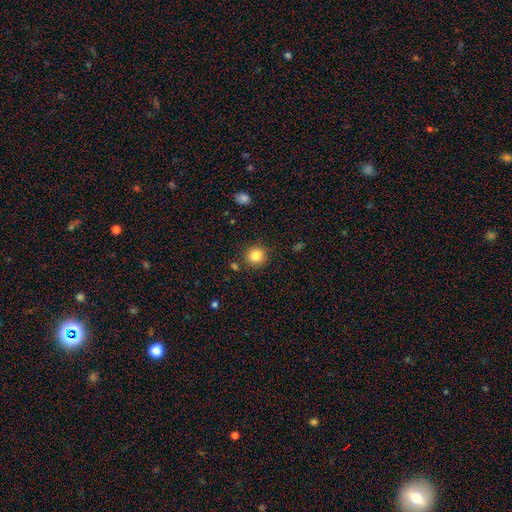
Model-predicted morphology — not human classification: A smooth galaxy with no disk features (84%) that is round (92%).

Vote fractions:
- Smooth or featured? smooth: 84% / star or artifact: 10% / featured or disk: 5%
- How rounded? round: 92% / in between: 7% / cigar-shaped: 1%
- Merging? none: 87% / minor disturbance: 7% / merger: 3% / major disturbance: 2%